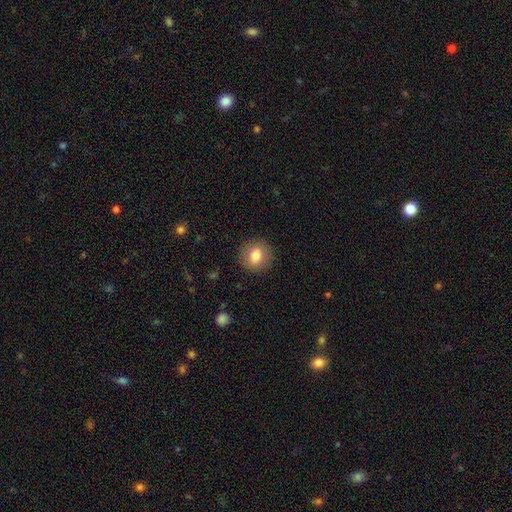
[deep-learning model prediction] A smooth galaxy with no disk features (80%) that is round (87%). Merging: none (90%).